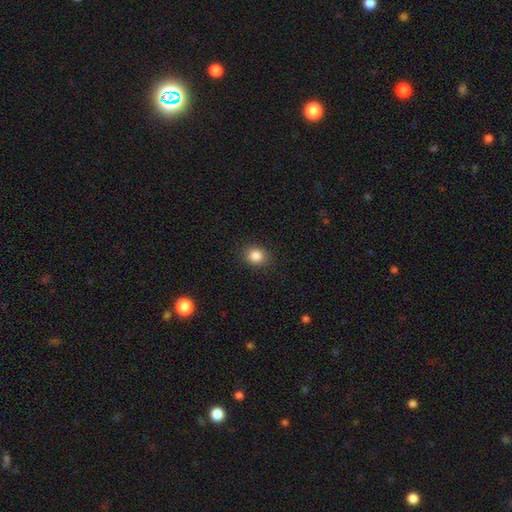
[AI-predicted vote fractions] smooth_or_featured: smooth (p=0.85) [alt: star or artifact p=0.10]
how_rounded: round (p=0.63) [alt: in between p=0.36]
merging: none (p=0.88) [alt: minor disturbance p=0.08]